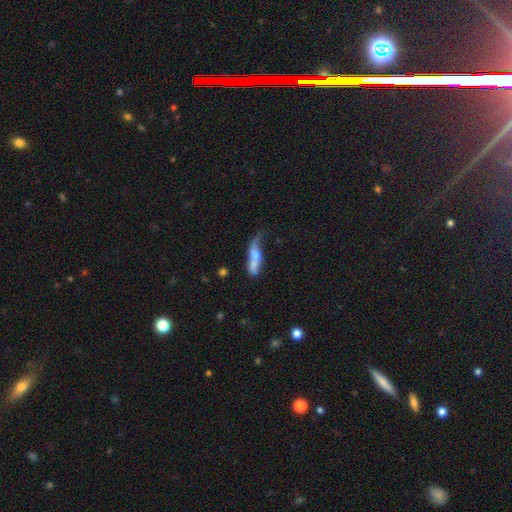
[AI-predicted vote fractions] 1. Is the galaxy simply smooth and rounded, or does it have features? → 54% smooth, 37% featured or disk, 8% star or artifact.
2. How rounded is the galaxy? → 61% cigar-shaped, 35% in between, 4% round.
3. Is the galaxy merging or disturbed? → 29% merger, 26% none, 24% major disturbance, 21% minor disturbance.